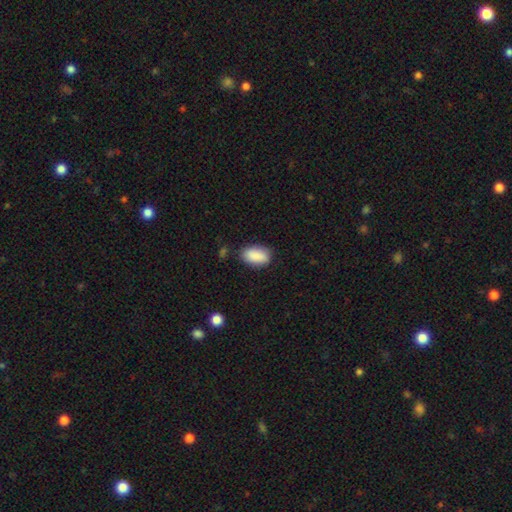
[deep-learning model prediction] smooth-or-featured: smooth: 89% | star or artifact: 7% | featured or disk: 4%
  how-rounded: in between: 92% | round: 5% | cigar-shaped: 2%
  merging: none: 80% | minor disturbance: 14% | major disturbance: 3% | merger: 2%